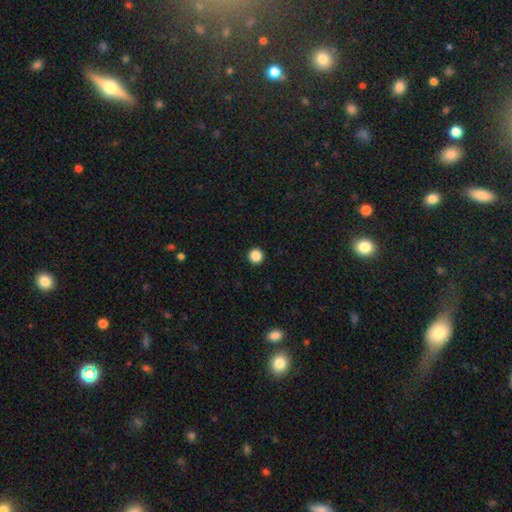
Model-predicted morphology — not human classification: A smooth galaxy with no disk features (87%) that is round (97%). Merging: none (94%).